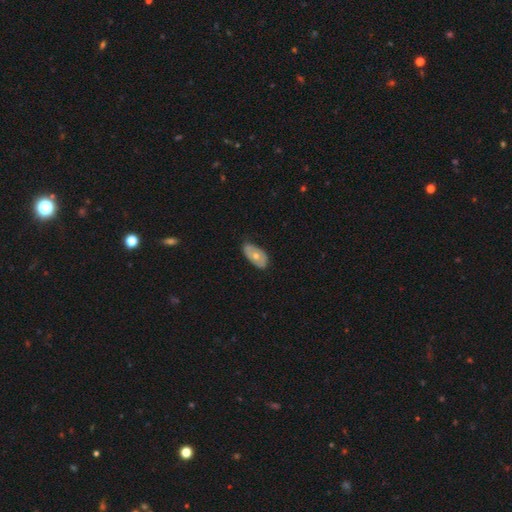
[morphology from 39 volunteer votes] Volunteers were most divided on "smooth or featured": smooth: 54%, featured or disk: 44%, star or artifact: 3%. More confident: how rounded — in between (86%); merging — none (61%).